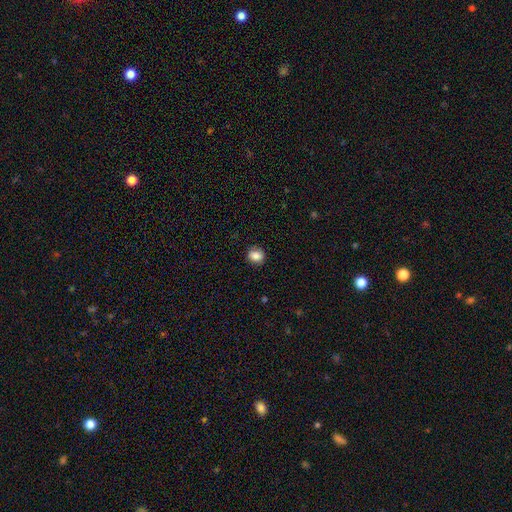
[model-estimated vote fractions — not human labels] smooth_or_featured: smooth (p=0.84) [alt: star or artifact p=0.09]
how_rounded: round (p=0.67) [alt: in between p=0.32]
merging: none (p=0.87) [alt: minor disturbance p=0.09]